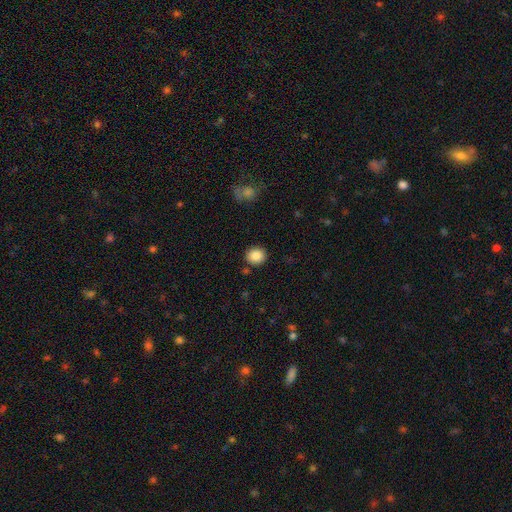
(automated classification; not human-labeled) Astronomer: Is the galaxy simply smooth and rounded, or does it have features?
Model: smooth — 87%.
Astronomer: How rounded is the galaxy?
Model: round — 82%.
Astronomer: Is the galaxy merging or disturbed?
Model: none — 87%.